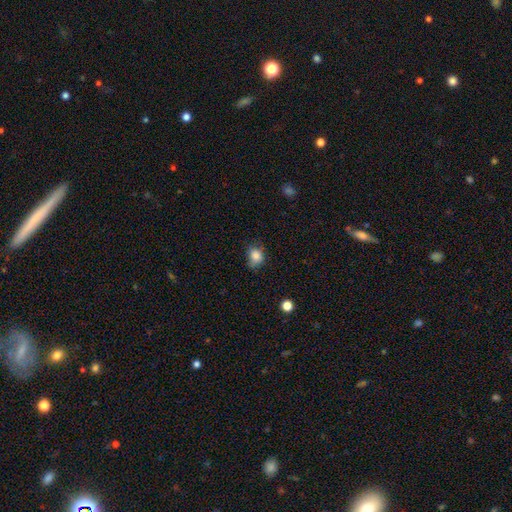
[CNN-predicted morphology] smooth_or_featured: smooth (p=0.84) [alt: star or artifact p=0.10]
how_rounded: round (p=0.60) [alt: in between p=0.39]
merging: none (p=0.61) [alt: minor disturbance p=0.30]